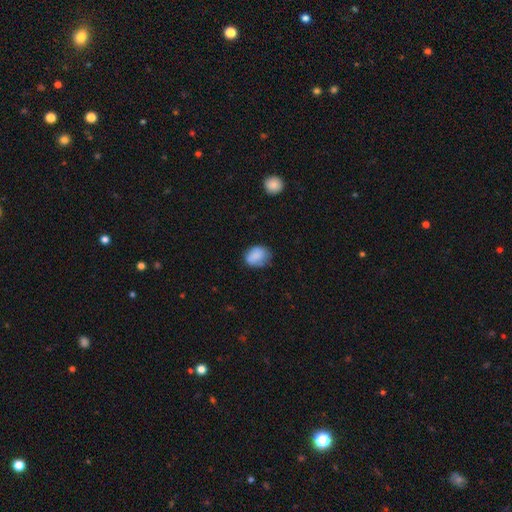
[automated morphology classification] A smooth galaxy with no disk features (83%) that is in between round and cigar-shaped (59%).

Vote fractions:
- Smooth or featured? smooth: 83% / featured or disk: 9% / star or artifact: 8%
- How rounded? in between: 59% / round: 40% / cigar-shaped: 1%
- Merging? none: 65% / minor disturbance: 28% / major disturbance: 6% / merger: 2%